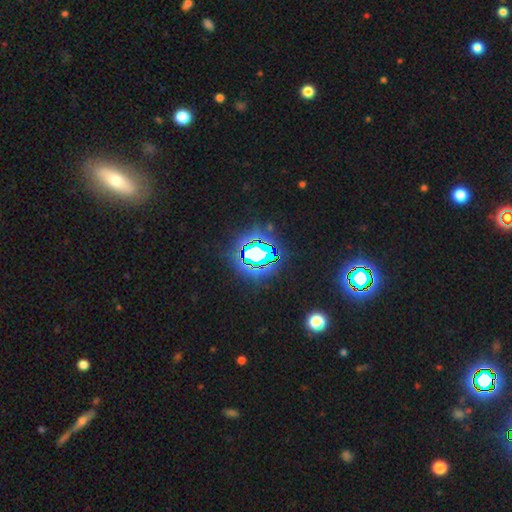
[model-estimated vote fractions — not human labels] A star or artifact, not a galaxy (73%).